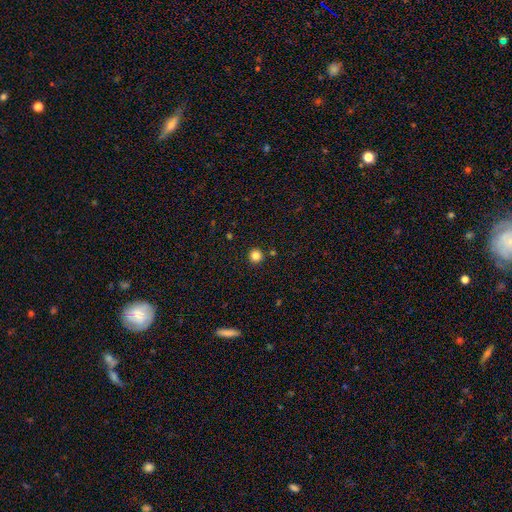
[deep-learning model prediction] smooth 83%, star or artifact 12%, featured or disk 5%. Down the decision tree: how rounded — round (95%); merging — none (91%).